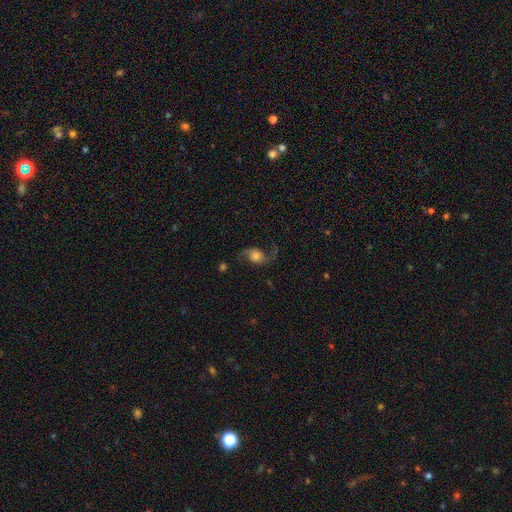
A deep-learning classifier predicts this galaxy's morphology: type=featured or disk (77%); edge-on=no (97%); bar=no (69%); spiral arms=yes (96%); winding=loose (80%); arm count=2 (91%); bulge=large (32%); merging=none (68%).